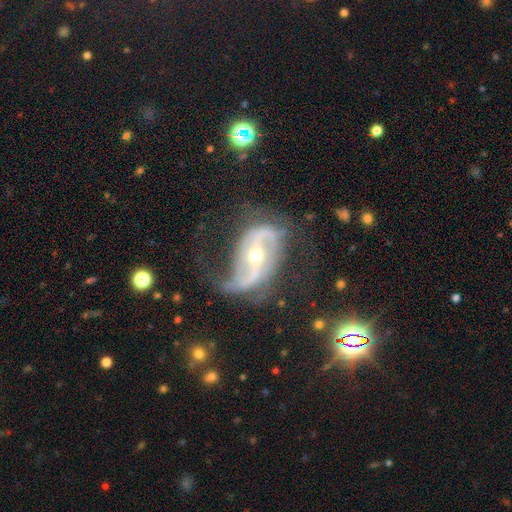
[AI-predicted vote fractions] Smooth or featured: featured or disk — 88% (star or artifact — 6%)
Edge-on disk: no — 96% (yes — 4%)
Bar: strong — 45% (weak — 30%)
Spiral arms: yes — 95% (no — 5%)
Spiral winding: loose — 59% (medium — 32%)
Spiral arm count: 2 — 87% (1 — 5%)
Bulge size: small — 52% (moderate — 44%)
Merging: none — 52% (minor disturbance — 24%)